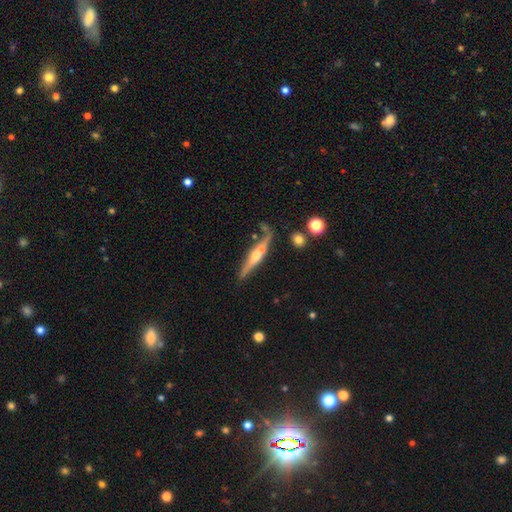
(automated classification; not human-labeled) Smooth or featured? Predicted: featured or disk (p=0.69). Edge-on disk? Predicted: yes (p=0.93). Edge-on bulge? Predicted: rounded (p=0.90). Merging? Predicted: none (p=0.62).